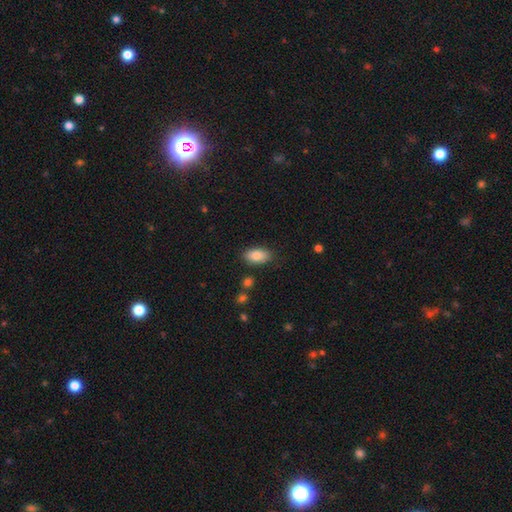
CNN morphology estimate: This appears to be a smooth galaxy with no disk features (83%) that is in between round and cigar-shaped (92%). Merging: none (83%).